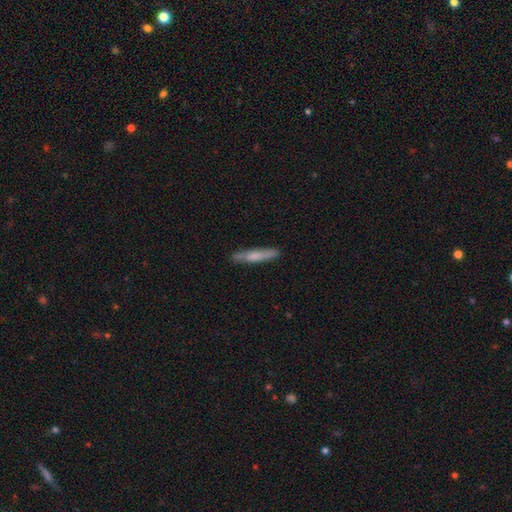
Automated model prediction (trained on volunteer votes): Smooth or featured?
  - smooth: 62% *
  - featured or disk: 32%
  - star or artifact: 6%
How rounded?
  - cigar-shaped: 92% *
  - in between: 6%
  - round: 1%
Merging?
  - none: 84% *
  - minor disturbance: 12%
  - major disturbance: 2%
  - merger: 2%